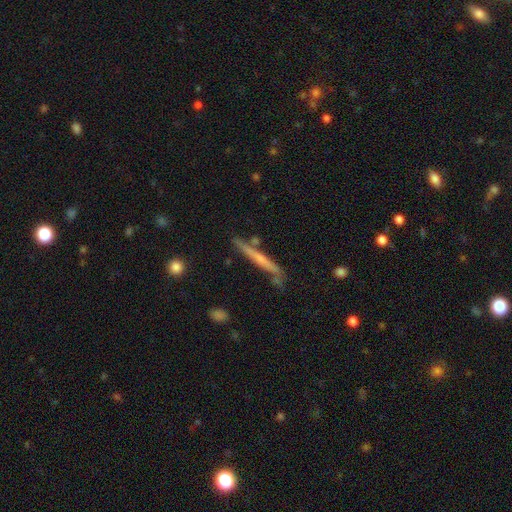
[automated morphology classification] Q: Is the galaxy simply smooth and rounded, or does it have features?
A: featured or disk — 59%.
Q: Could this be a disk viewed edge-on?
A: yes — 92%.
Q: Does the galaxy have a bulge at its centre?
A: none — 59%.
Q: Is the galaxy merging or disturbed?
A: none — 74%.